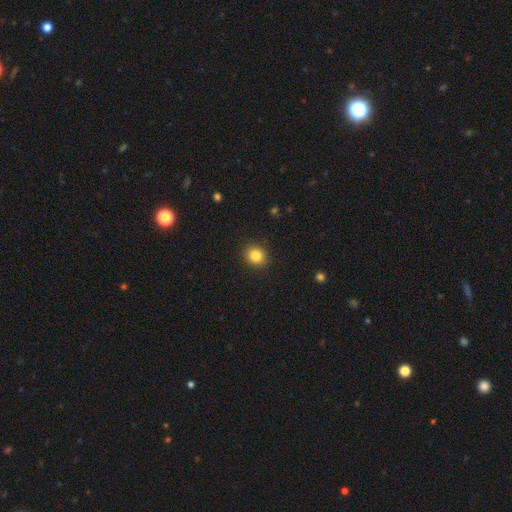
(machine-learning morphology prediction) smooth-or-featured: smooth: 85% | star or artifact: 10% | featured or disk: 5%
  how-rounded: round: 79% | in between: 20% | cigar-shaped: 1%
  merging: none: 90% | minor disturbance: 6% | major disturbance: 2% | merger: 1%